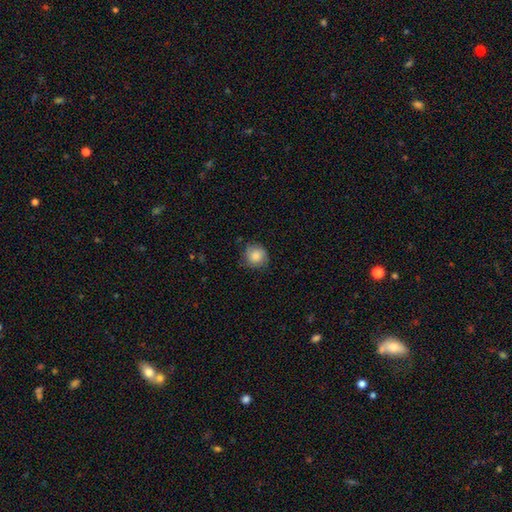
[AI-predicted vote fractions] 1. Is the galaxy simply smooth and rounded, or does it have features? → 84% smooth, 9% featured or disk, 8% star or artifact.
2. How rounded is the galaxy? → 90% round, 9% in between, 1% cigar-shaped.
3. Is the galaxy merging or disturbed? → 78% none, 18% minor disturbance, 4% major disturbance, 1% merger.